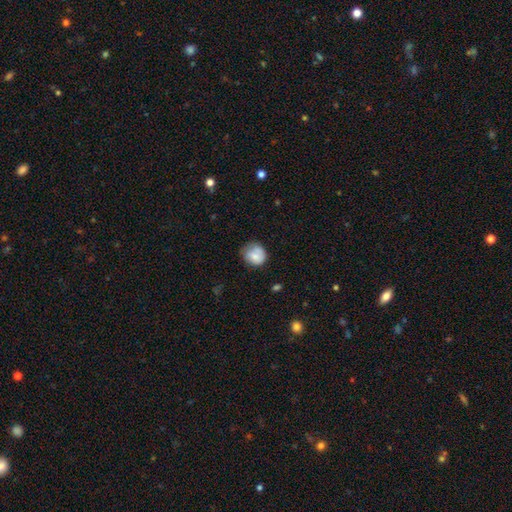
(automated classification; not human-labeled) smooth_or_featured: smooth (p=0.75) [alt: featured or disk p=0.17]
how_rounded: round (p=0.75) [alt: in between p=0.24]
merging: none (p=0.55) [alt: minor disturbance p=0.30]